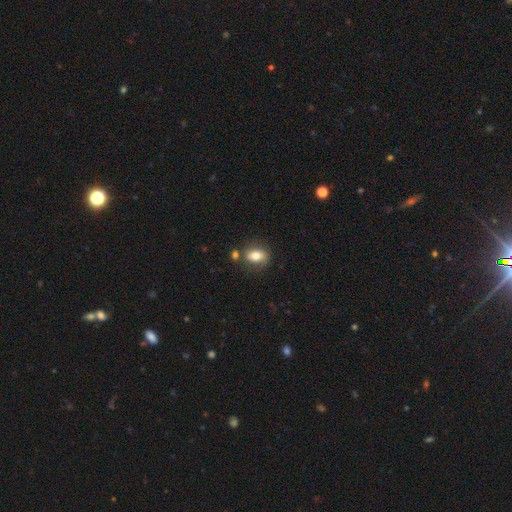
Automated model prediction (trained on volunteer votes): A smooth galaxy with no disk features (75%) that is in between round and cigar-shaped (75%). Merging: none (70%).